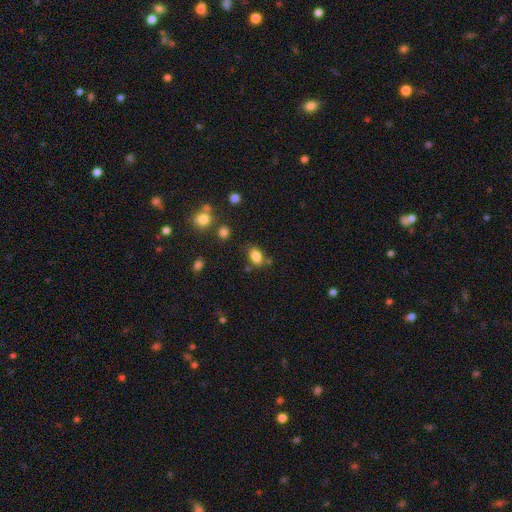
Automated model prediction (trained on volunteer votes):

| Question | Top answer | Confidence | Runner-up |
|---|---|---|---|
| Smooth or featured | smooth | 84% | star or artifact (10%) |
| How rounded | in between | 84% | round (15%) |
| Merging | none | 74% | minor disturbance (15%) |